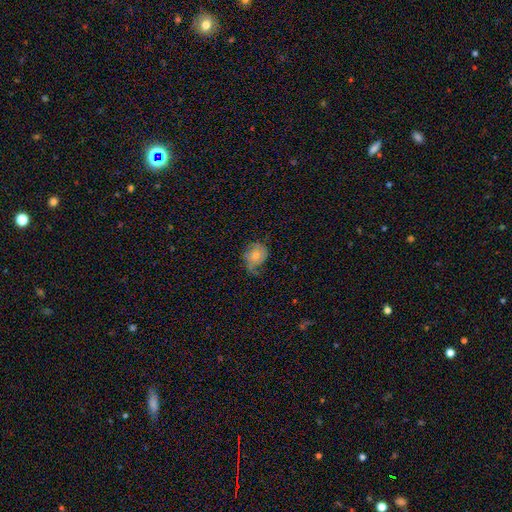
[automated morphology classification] smooth_or_featured: smooth (p=0.46) [alt: featured or disk p=0.45]
merging: none (p=0.45) [alt: minor disturbance p=0.32]